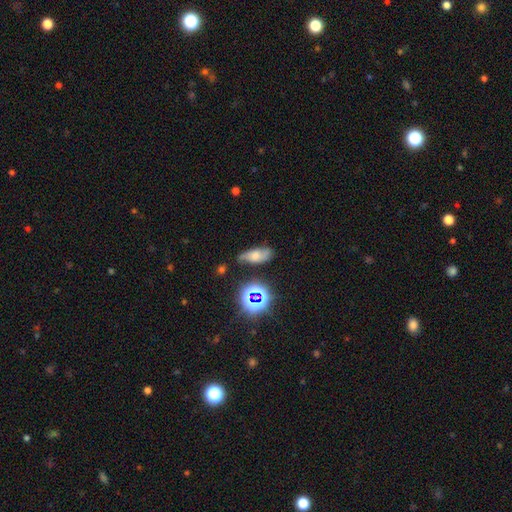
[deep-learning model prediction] Smooth or featured? Predicted: smooth (p=0.45). Merging? Predicted: none (p=0.60).